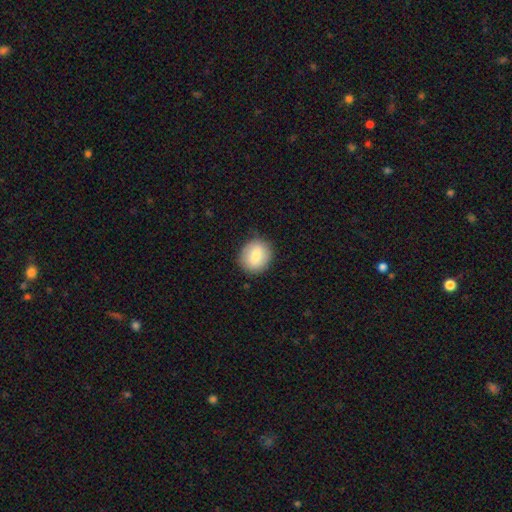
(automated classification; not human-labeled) Smooth or featured? smooth (77%)
How rounded? round (76%)
Merging? none (83%)